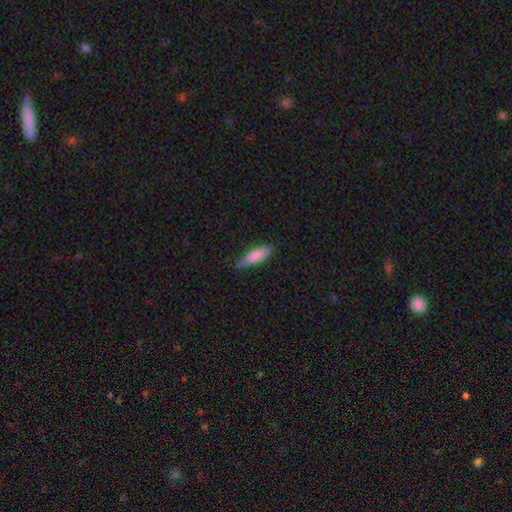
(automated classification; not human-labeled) smooth_or_featured: smooth (p=0.83) [alt: featured or disk p=0.11]
how_rounded: cigar-shaped (p=0.54) [alt: in between p=0.44]
merging: none (p=0.72) [alt: minor disturbance p=0.23]